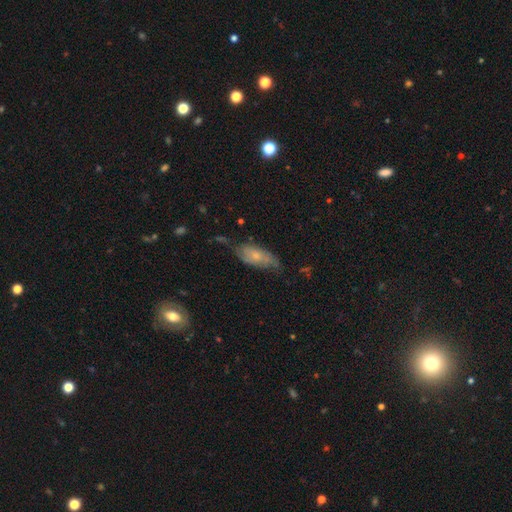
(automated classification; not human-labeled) A smooth galaxy with no disk features (51%) that is in between round and cigar-shaped (82%). Merging: none (49%).